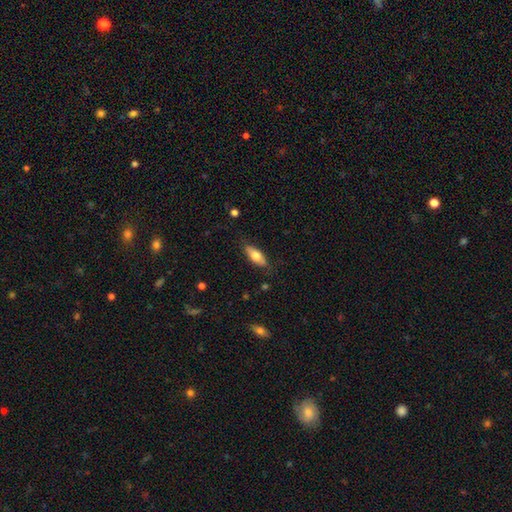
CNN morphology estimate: A smooth galaxy with no disk features (72%) that is in between round and cigar-shaped (74%).

Vote fractions:
- Smooth or featured? smooth: 72% / featured or disk: 22% / star or artifact: 6%
- How rounded? in between: 74% / cigar-shaped: 24% / round: 2%
- Merging? none: 82% / minor disturbance: 14% / major disturbance: 3% / merger: 1%